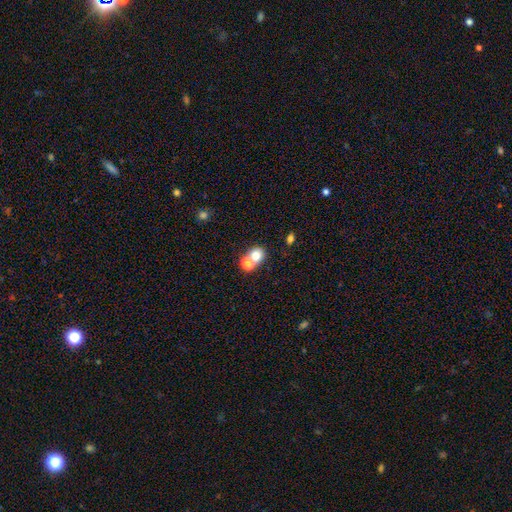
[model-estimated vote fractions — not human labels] Smooth or featured?
  - smooth: 74% *
  - star or artifact: 14%
  - featured or disk: 12%
How rounded?
  - round: 74% *
  - in between: 25%
  - cigar-shaped: 1%
Merging?
  - merger: 48% *
  - none: 42%
  - minor disturbance: 7%
  - major disturbance: 4%